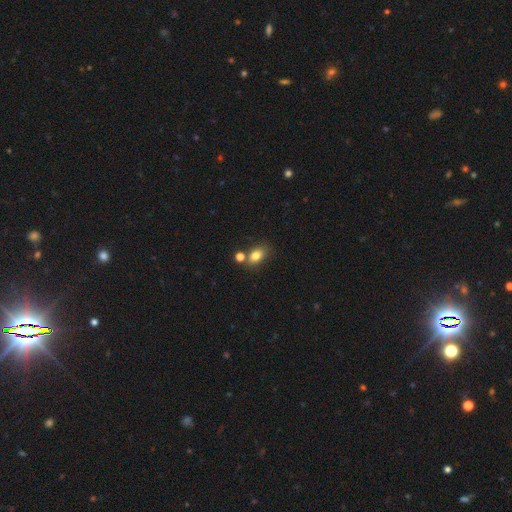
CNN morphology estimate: Overall: smooth (80%). How rounded: in between (75%). Merging: none (64%).